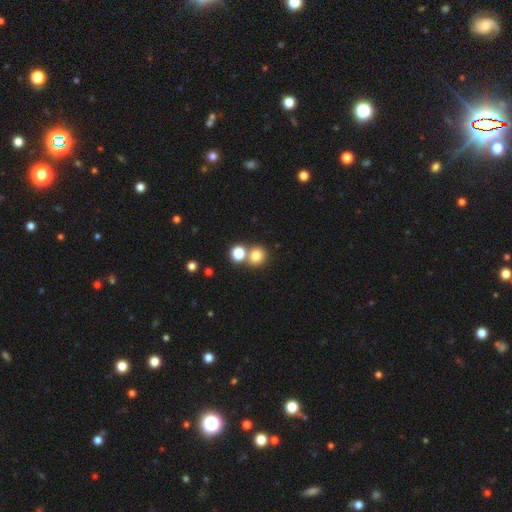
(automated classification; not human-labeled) Smooth or featured? Predicted: smooth (p=0.79). How rounded? Predicted: round (p=0.85). Merging? Predicted: none (p=0.59).